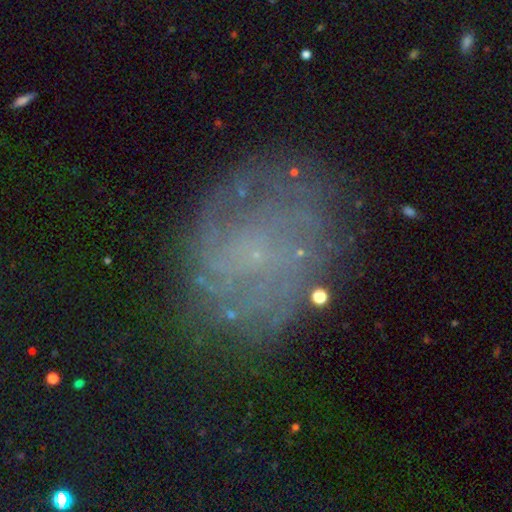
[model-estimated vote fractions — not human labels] Smooth or featured? featured or disk (59%)
Edge-on disk? no (97%)
Bar? no (80%)
Spiral arms? yes (67%)
Bulge size? small (58%)
Merging? none (73%)